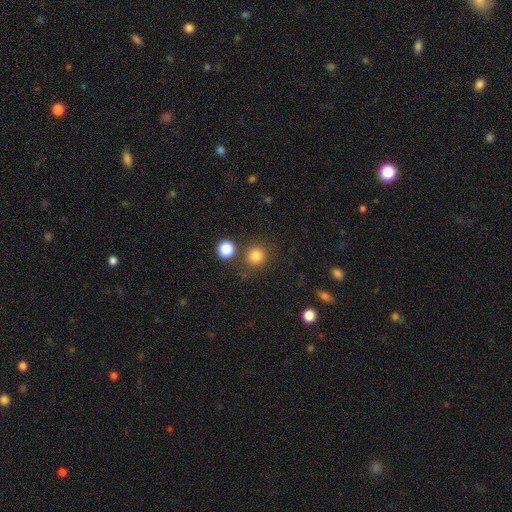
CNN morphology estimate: Q: Smooth or featured?
A: smooth (82%); runner-up: star or artifact (13%)
Q: How rounded?
A: round (90%); runner-up: in between (9%)
Q: Merging?
A: none (80%); runner-up: minor disturbance (8%)